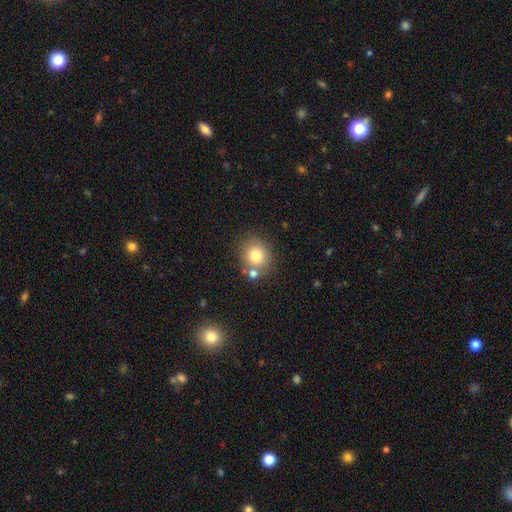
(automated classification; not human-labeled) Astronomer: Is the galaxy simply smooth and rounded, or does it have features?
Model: smooth — 78%.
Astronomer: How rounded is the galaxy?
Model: round — 77%.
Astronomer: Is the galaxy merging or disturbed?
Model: none — 69%.